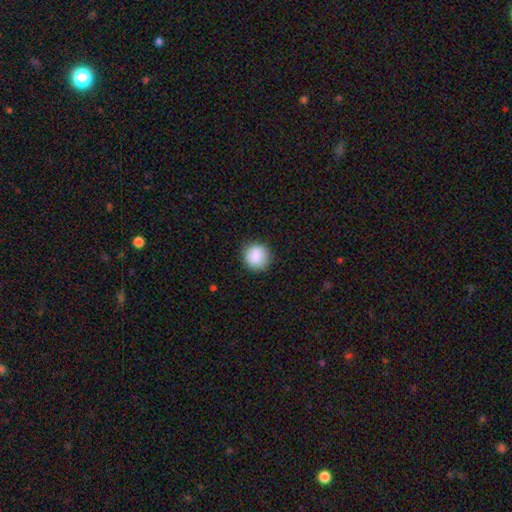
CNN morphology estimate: A smooth galaxy with no disk features (89%) that is round (92%).

Vote fractions:
- Smooth or featured? smooth: 89% / star or artifact: 8% / featured or disk: 4%
- How rounded? round: 92% / in between: 7% / cigar-shaped: 1%
- Merging? none: 88% / minor disturbance: 8% / major disturbance: 2% / merger: 1%